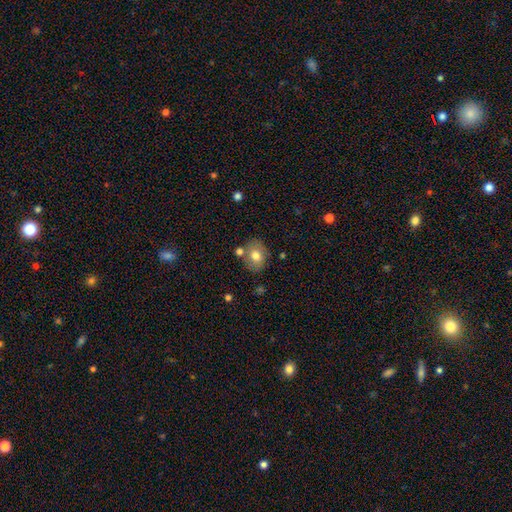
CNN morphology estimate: type=smooth (73%); roundness=in between (52%); merging=none (72%).